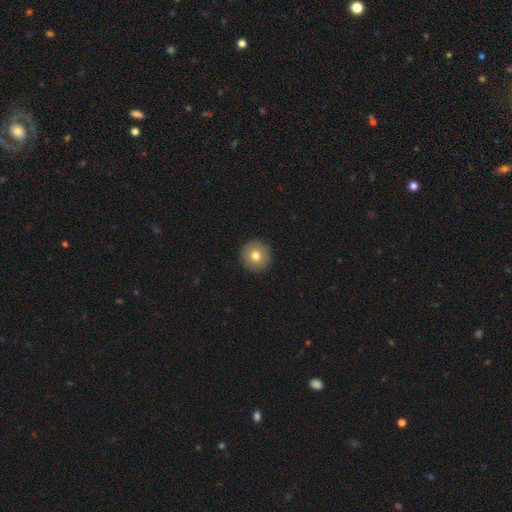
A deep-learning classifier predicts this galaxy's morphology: This is likely a smooth galaxy (76%). How rounded: clearly round (95%). Merging: clearly none (92%).